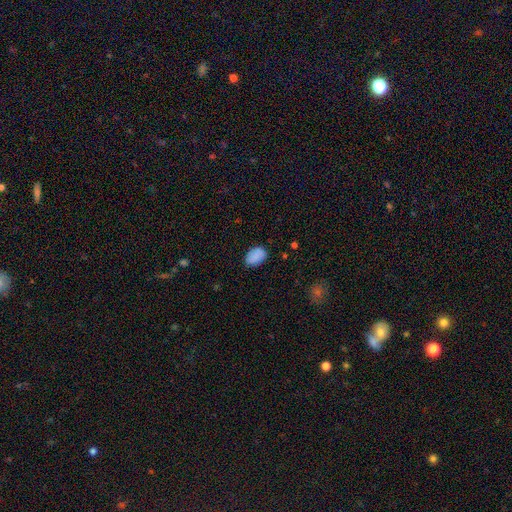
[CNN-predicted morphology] This appears to be a smooth galaxy with no disk features (85%) that is in between round and cigar-shaped (87%). Merging: none (80%).